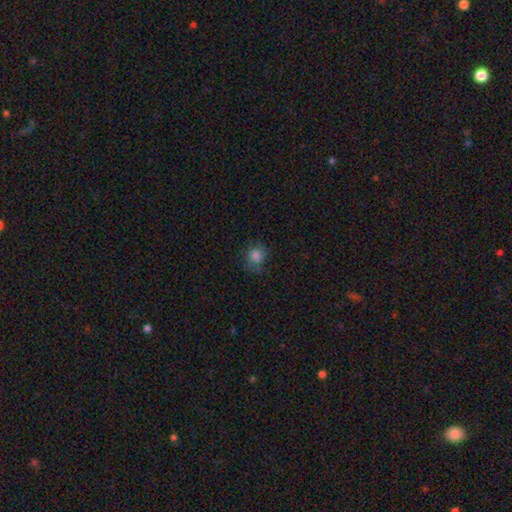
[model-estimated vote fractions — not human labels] Smooth or featured?
  - smooth: 81% *
  - star or artifact: 11%
  - featured or disk: 8%
How rounded?
  - round: 81% *
  - in between: 18%
  - cigar-shaped: 1%
Merging?
  - none: 72% *
  - minor disturbance: 20%
  - major disturbance: 7%
  - merger: 1%